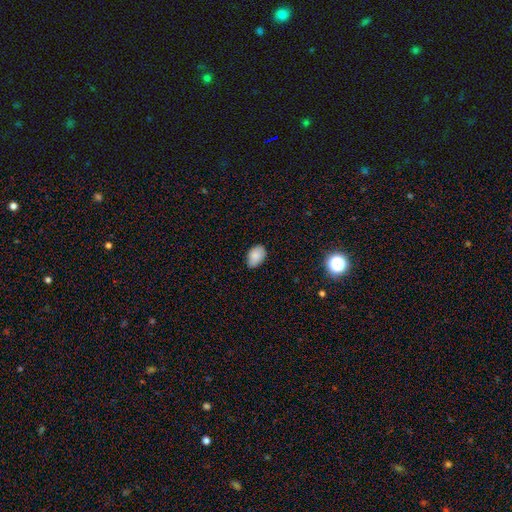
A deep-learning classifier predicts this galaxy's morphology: A smooth galaxy with no disk features (87%) that is in between round and cigar-shaped (88%).

Vote fractions:
- Smooth or featured? smooth: 87% / star or artifact: 8% / featured or disk: 5%
- How rounded? in between: 88% / round: 11% / cigar-shaped: 1%
- Merging? none: 73% / minor disturbance: 23% / major disturbance: 3% / merger: 1%